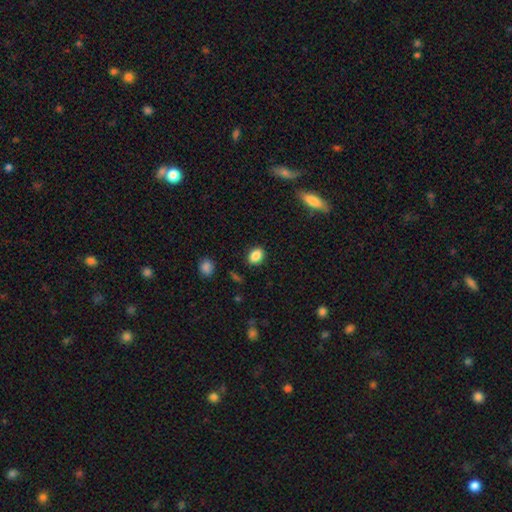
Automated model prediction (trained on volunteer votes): Morphology: type=smooth (86%); roundness=in between (66%); merging=none (88%).